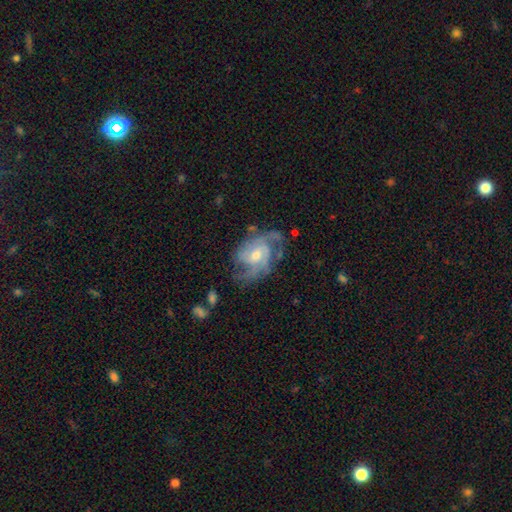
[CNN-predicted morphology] smooth-or-featured: featured or disk: 87% | smooth: 7% | star or artifact: 5%
  disk-edge-on: no: 97% | yes: 3%
    bar: no: 55% | weak: 37% | strong: 7%
    has-spiral-arms: yes: 95% | no: 5%
      spiral-winding: medium: 46% | tight: 39% | loose: 15%
      spiral-arm-count: 3: 30% | 2: 29% | can't tell: 20% | 4: 10% | 1: 5% | more than 4: 5%
    bulge-size: moderate: 55% | small: 39% | large: 3% | none: 2% | dominant: 1%
  merging: none: 63% | minor disturbance: 21% | major disturbance: 13% | merger: 2%